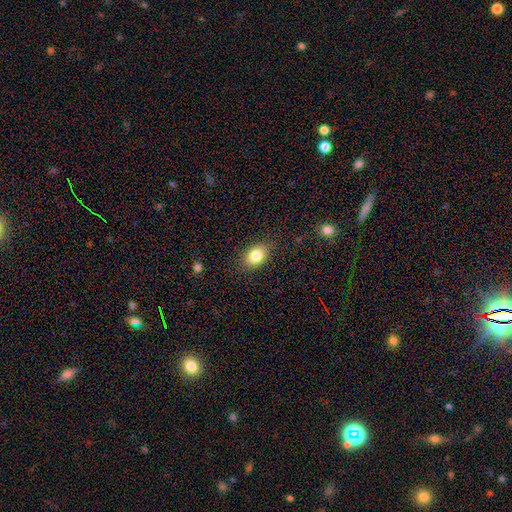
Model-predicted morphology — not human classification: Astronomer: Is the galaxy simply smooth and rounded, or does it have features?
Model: smooth — 82%.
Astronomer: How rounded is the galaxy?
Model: in between — 80%.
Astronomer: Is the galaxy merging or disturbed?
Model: none — 85%.